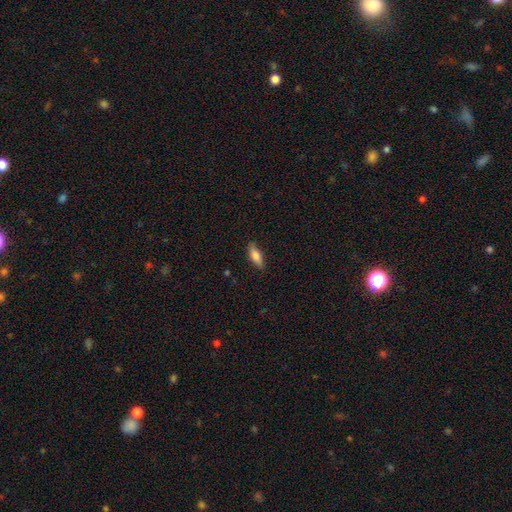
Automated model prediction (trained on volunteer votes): Smooth or featured? Predicted: smooth (p=0.71). How rounded? Predicted: in between (p=0.55). Merging? Predicted: none (p=0.84).